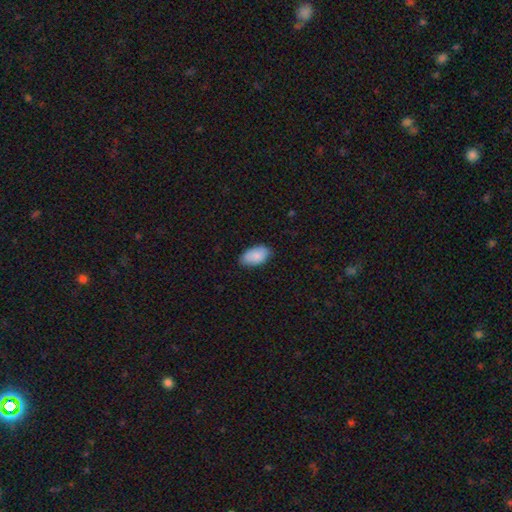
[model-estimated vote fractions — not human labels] This is clearly a smooth galaxy (87%). How rounded: clearly in between (94%). Merging: clearly none (82%).